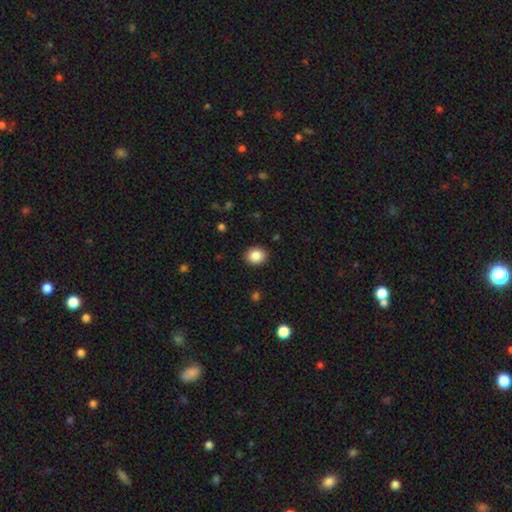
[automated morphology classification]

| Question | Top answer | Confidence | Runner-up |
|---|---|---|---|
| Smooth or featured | smooth | 86% | star or artifact (9%) |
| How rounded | round | 67% | in between (32%) |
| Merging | none | 90% | minor disturbance (7%) |